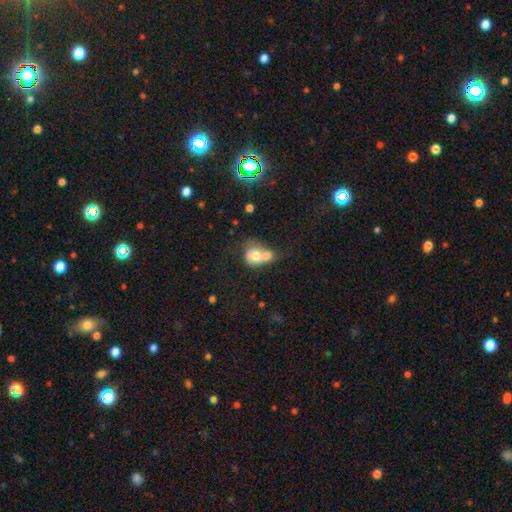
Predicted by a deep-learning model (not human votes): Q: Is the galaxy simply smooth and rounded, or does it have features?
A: smooth — 63%.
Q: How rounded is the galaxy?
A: round — 60%.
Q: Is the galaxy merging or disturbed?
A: merger — 71%.